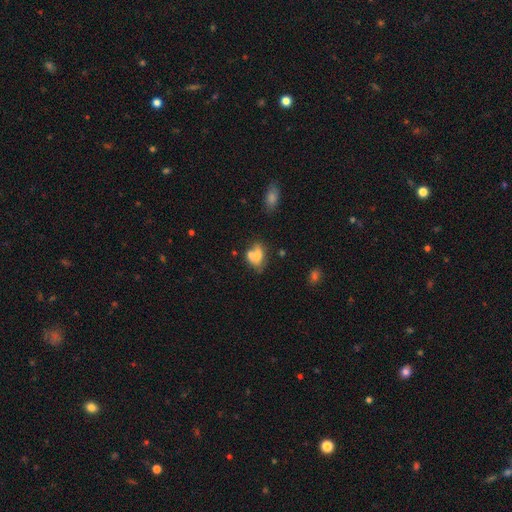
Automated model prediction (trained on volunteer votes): smooth-or-featured: smooth: 65% | featured or disk: 25% | star or artifact: 10%
  how-rounded: in between: 75% | round: 22% | cigar-shaped: 3%
  merging: merger: 49% | none: 28% | minor disturbance: 14% | major disturbance: 9%